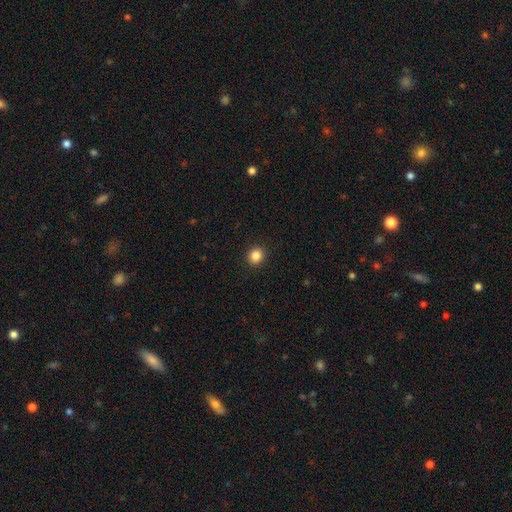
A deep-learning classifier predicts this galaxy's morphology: A smooth galaxy with no disk features (85%) that is round (86%). Merging: none (92%).